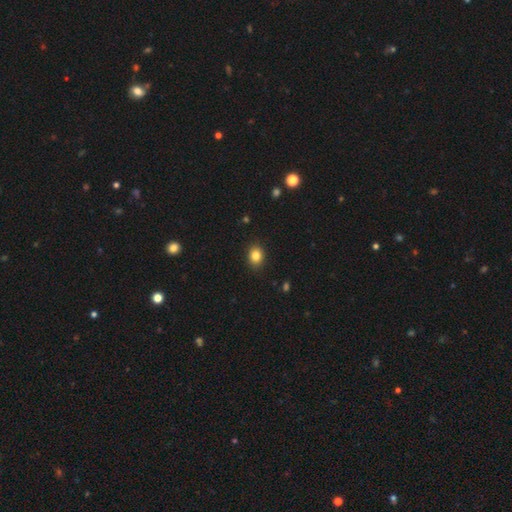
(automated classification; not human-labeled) This appears to be a smooth galaxy with no disk features (84%) that is round (51%). Merging: none (88%).